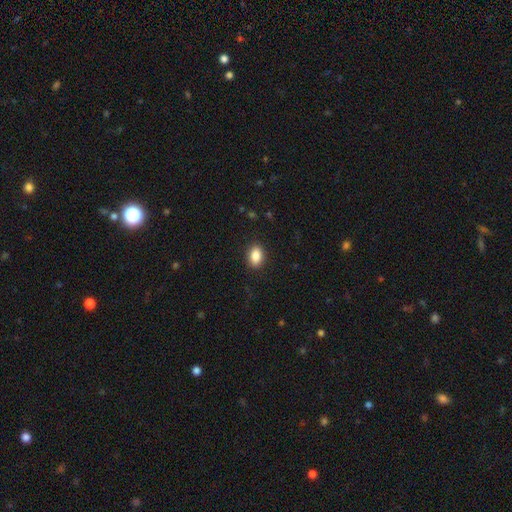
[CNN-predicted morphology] Smooth or featured: smooth — 87% (star or artifact — 8%)
How rounded: in between — 84% (round — 14%)
Merging: none — 88% (minor disturbance — 9%)